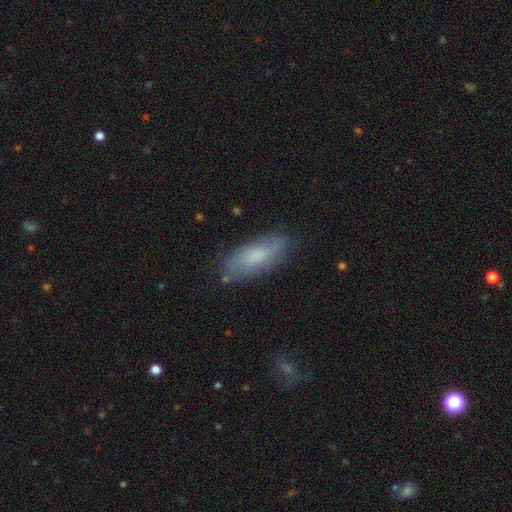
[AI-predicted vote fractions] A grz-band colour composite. It shows a smooth galaxy with no disk features (66%) that is in between round and cigar-shaped (71%). Merging: none (76%).